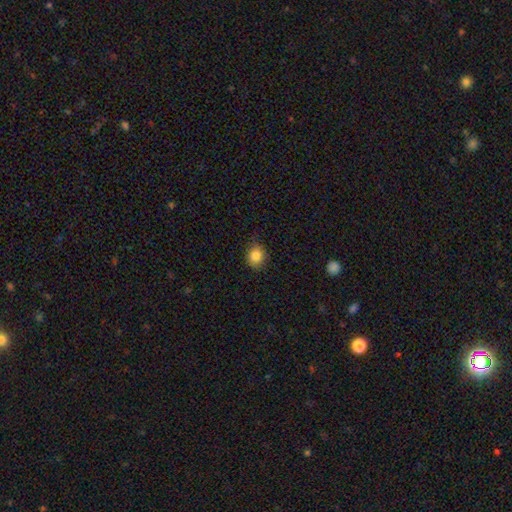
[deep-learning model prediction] Smooth or featured? smooth (84%)
How rounded? round (79%)
Merging? none (78%)